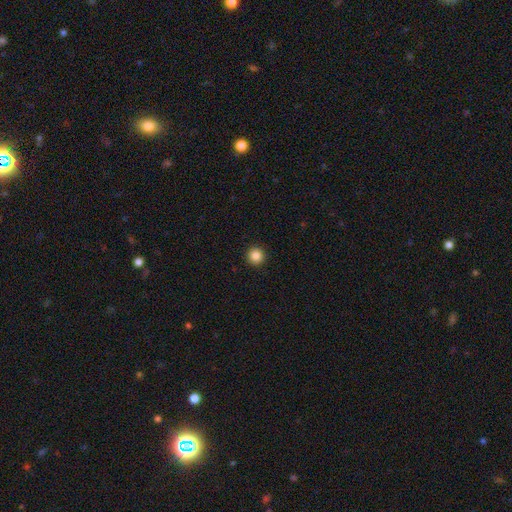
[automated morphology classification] smooth-or-featured: smooth: 86% | star or artifact: 11% | featured or disk: 4%
  how-rounded: round: 96% | in between: 3% | cigar-shaped: 1%
  merging: none: 94% | minor disturbance: 4% | major disturbance: 1% | merger: 1%